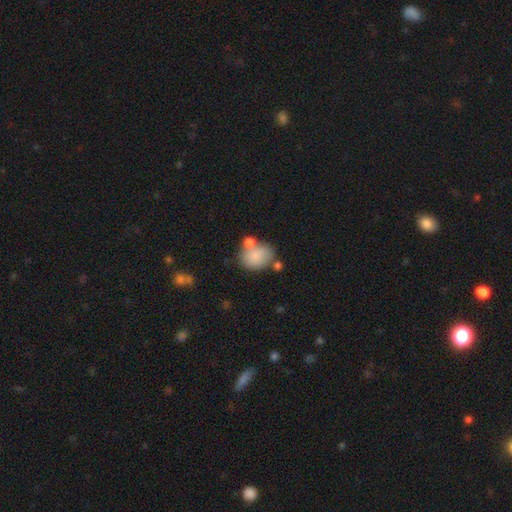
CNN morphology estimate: Overall: smooth (79%). How rounded: in between (55%; round 44%). Merging: none (51%; merger 24%).